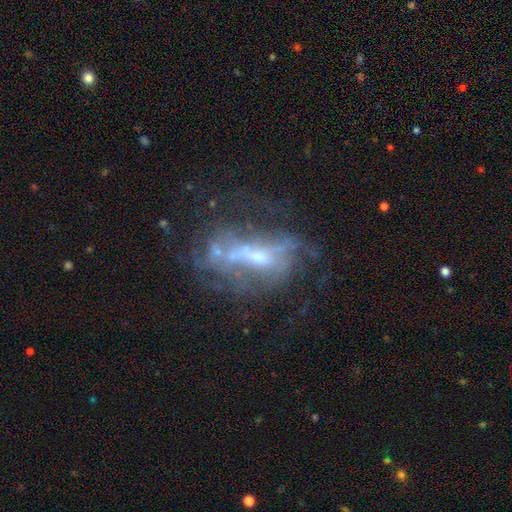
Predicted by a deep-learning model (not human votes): smooth-or-featured: featured or disk: 70% | smooth: 16% | star or artifact: 14%
  disk-edge-on: no: 90% | yes: 10%
    bar: no: 47% | weak: 31% | strong: 22%
    has-spiral-arms: no: 64% | yes: 36%
    bulge-size: small: 40% (tied) | moderate: 40% (tied) | none: 13% | large: 5% | dominant: 2%
  merging: none: 35% | major disturbance: 33% | minor disturbance: 16% | merger: 16%